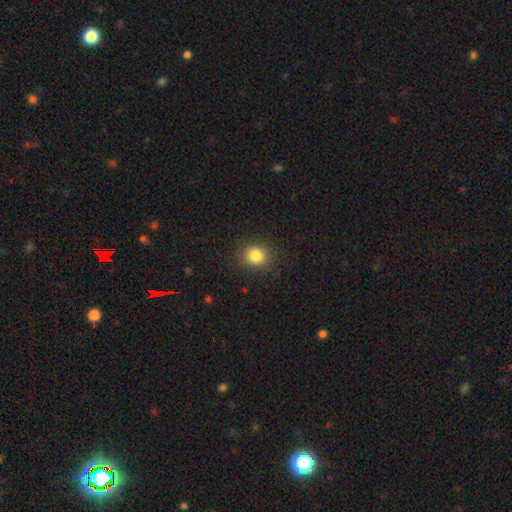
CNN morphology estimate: Smooth or featured?
  - smooth: 84% *
  - star or artifact: 11%
  - featured or disk: 5%
How rounded?
  - round: 75% *
  - in between: 25%
  - cigar-shaped: 1%
Merging?
  - none: 87% *
  - minor disturbance: 9%
  - major disturbance: 3%
  - merger: 1%